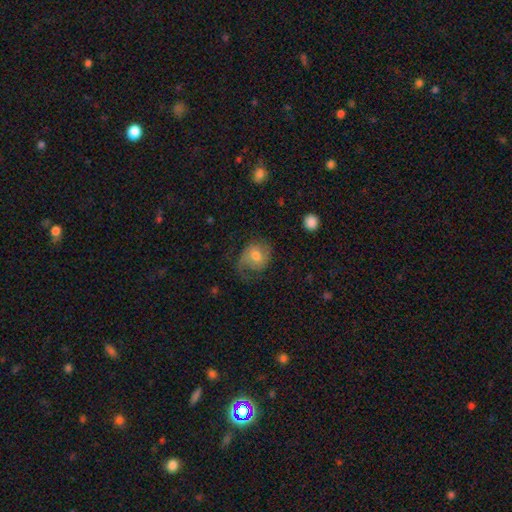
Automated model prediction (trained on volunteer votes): smooth_or_featured: featured or disk (p=0.53) [alt: smooth p=0.40]
disk_edge_on: no (p=0.97) [alt: yes p=0.03]
bar: no (p=0.58) [alt: weak p=0.36]
has_spiral_arms: yes (p=0.86) [alt: no p=0.14]
bulge_size: moderate (p=0.63) [alt: small p=0.20]
merging: none (p=0.48) [alt: major disturbance p=0.27]